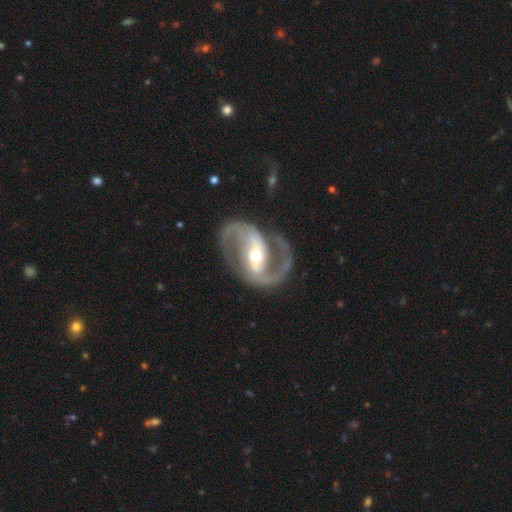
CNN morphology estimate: A featured or disk galaxy (92%) with a strong bar (55%), 2 (93%) medium (57%) spiral arms (96%) and a moderate central bulge (60%). Merging: none (80%).